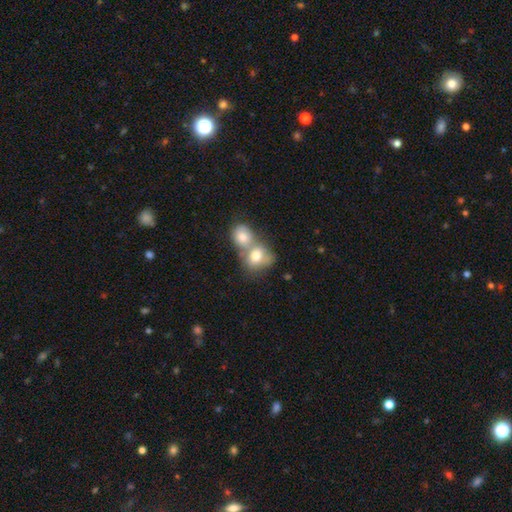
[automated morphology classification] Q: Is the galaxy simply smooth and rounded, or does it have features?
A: smooth — 74%.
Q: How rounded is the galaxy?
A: round — 57%.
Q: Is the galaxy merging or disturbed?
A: merger — 67%.